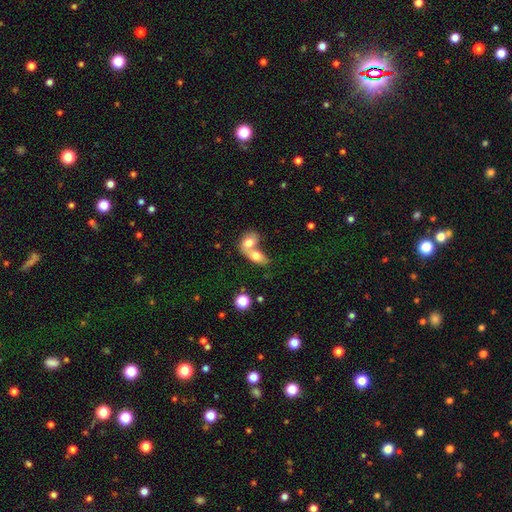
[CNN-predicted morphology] Smooth or featured? smooth (71%)
How rounded? in between (79%)
Merging? merger (76%)